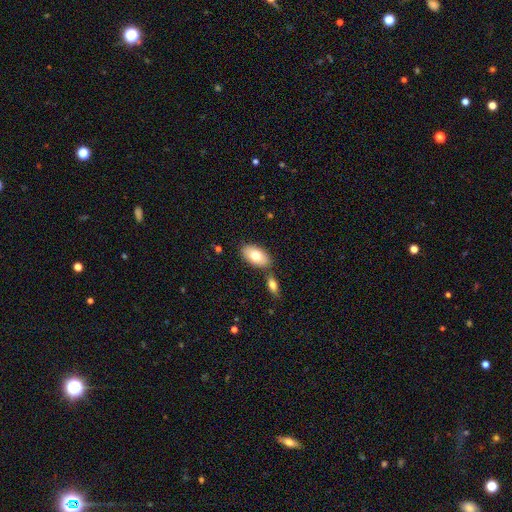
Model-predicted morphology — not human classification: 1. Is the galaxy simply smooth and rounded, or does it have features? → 76% smooth, 17% featured or disk, 7% star or artifact.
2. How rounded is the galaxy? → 94% in between, 4% round, 2% cigar-shaped.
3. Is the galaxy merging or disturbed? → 72% none, 15% merger, 10% minor disturbance, 3% major disturbance.